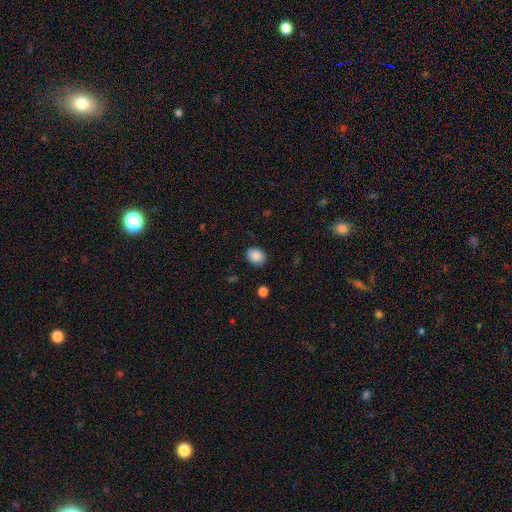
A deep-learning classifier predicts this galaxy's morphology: A smooth galaxy with no disk features (88%) that is in between round and cigar-shaped (63%). Merging: none (87%).